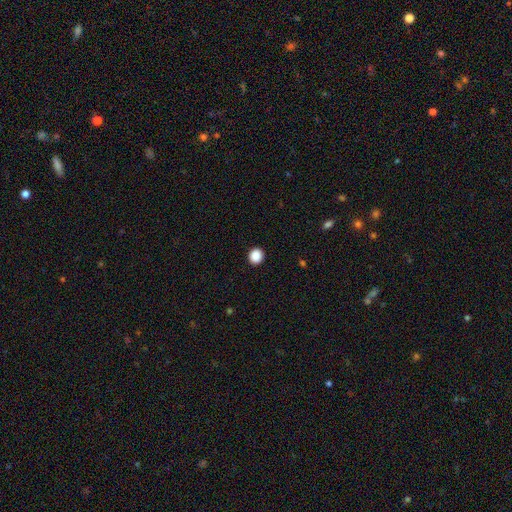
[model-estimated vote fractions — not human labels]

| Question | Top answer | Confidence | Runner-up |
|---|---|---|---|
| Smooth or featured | smooth | 89% | star or artifact (9%) |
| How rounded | round | 87% | in between (12%) |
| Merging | none | 93% | minor disturbance (5%) |